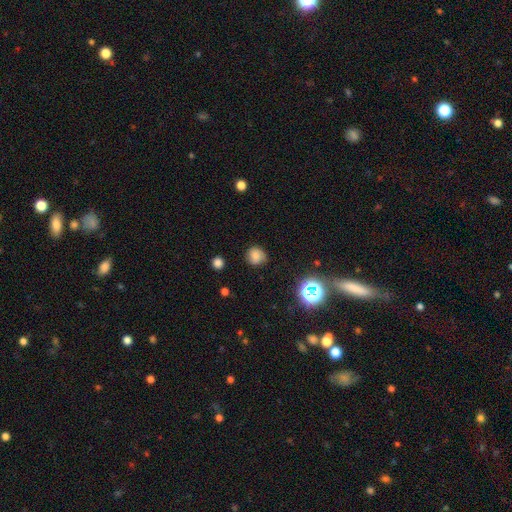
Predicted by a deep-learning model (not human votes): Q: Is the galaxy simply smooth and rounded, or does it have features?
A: smooth — 71%.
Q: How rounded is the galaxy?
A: round — 81%.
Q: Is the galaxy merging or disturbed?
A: none — 76%.